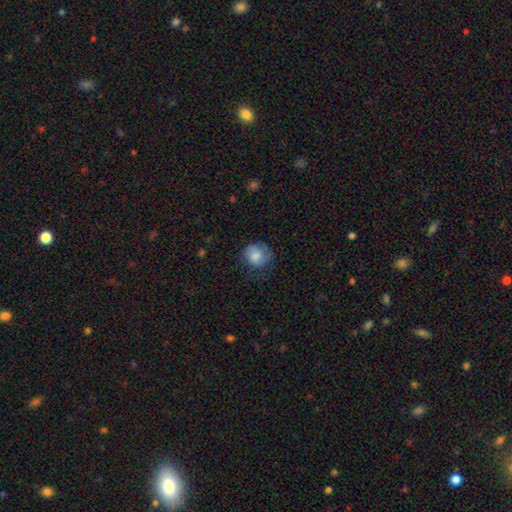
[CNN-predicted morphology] Smooth or featured? Predicted: smooth (p=0.79). How rounded? Predicted: round (p=0.77). Merging? Predicted: none (p=0.59).